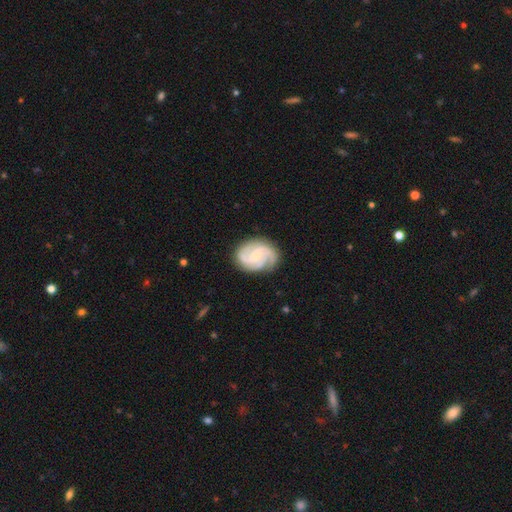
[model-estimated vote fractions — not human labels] featured or disk 82%, smooth 13%, star or artifact 5%. Down the decision tree: edge-on disk — no (98%); bar — weak (45%); spiral arms — yes (97%); spiral arm count — 3 (42%); spiral winding — medium (49%); bulge size — small (56%); merging — none (79%).